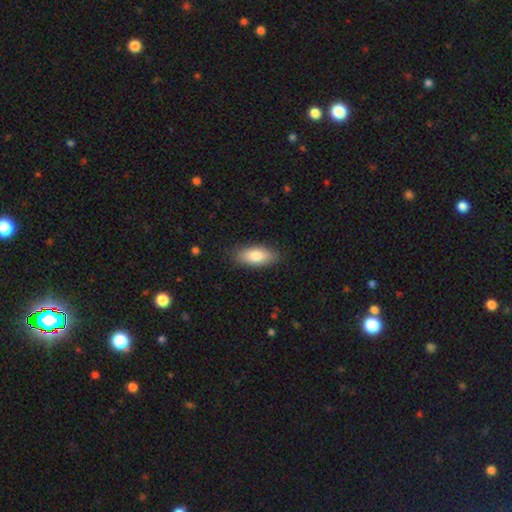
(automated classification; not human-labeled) Overall: smooth (82%). How rounded: in between (86%). Merging: none (86%).